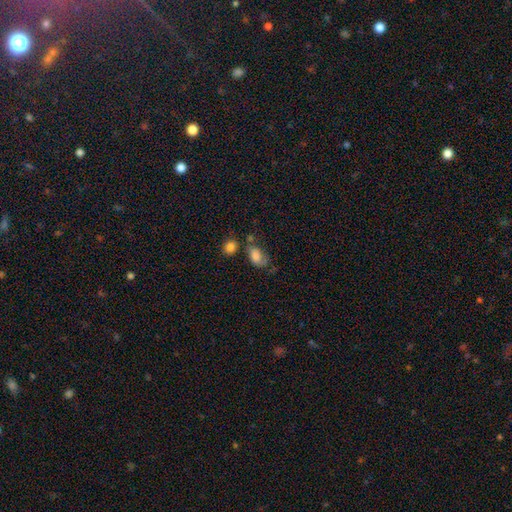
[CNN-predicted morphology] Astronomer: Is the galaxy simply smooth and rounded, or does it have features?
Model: smooth — 79%.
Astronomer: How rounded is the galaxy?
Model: in between — 89%.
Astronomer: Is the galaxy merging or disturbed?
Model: none — 40% (runner-up: minor disturbance, 27%).